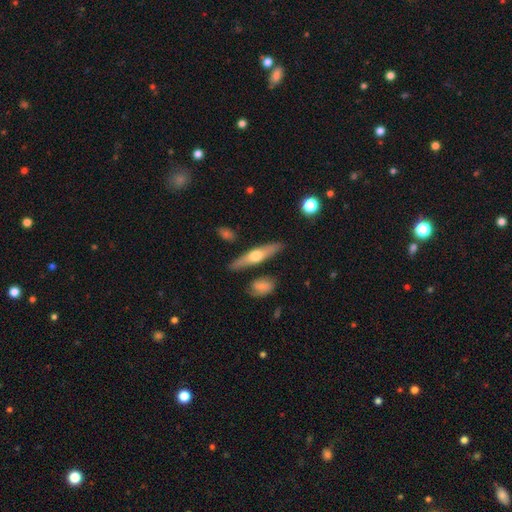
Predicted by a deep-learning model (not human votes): Q: Smooth or featured?
A: featured or disk (54%); runner-up: smooth (41%)
Q: Edge-on disk?
A: yes (90%); runner-up: no (10%)
Q: Merging?
A: none (85%); runner-up: minor disturbance (9%)